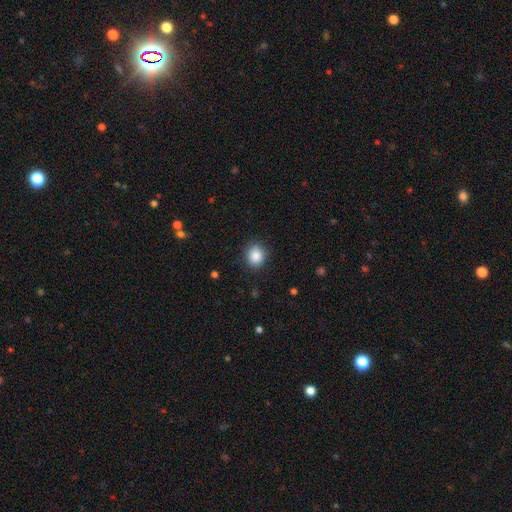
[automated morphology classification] smooth-or-featured: smooth: 88% | star or artifact: 9% | featured or disk: 4%
  how-rounded: round: 70% | in between: 29% | cigar-shaped: 1%
  merging: none: 88% | minor disturbance: 8% | major disturbance: 3% | merger: 1%